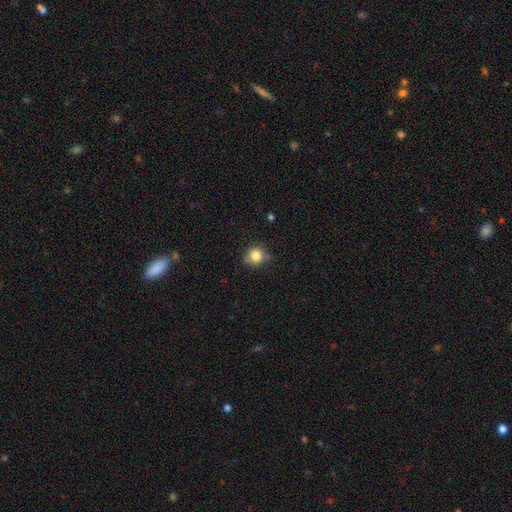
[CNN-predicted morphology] Smooth or featured? smooth (82%)
How rounded? round (86%)
Merging? none (74%)